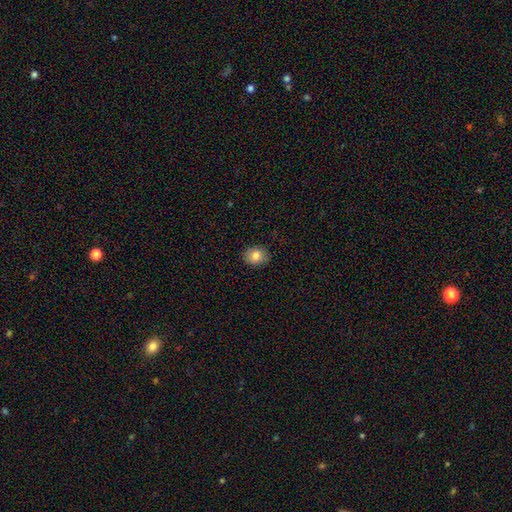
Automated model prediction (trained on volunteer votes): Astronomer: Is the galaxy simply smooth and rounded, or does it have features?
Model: smooth — 82%.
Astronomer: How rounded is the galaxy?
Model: round — 61% (runner-up: in between, 38%).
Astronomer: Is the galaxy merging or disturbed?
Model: none — 88%.